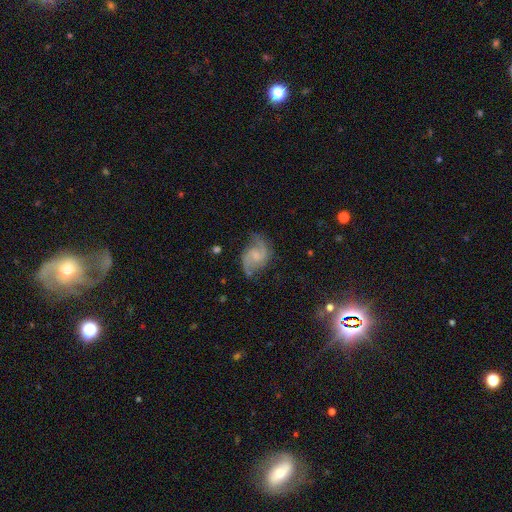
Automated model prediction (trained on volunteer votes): Smooth or featured: featured or disk — 87% (smooth — 7%)
Edge-on disk: no — 98% (yes — 2%)
Bar: no — 47% (weak — 45%)
Spiral arms: yes — 97% (no — 3%)
Spiral winding: medium — 54% (loose — 29%)
Spiral arm count: 2 — 91% (can't tell — 3%)
Bulge size: small — 44% (none — 30%)
Merging: none — 73% (minor disturbance — 18%)